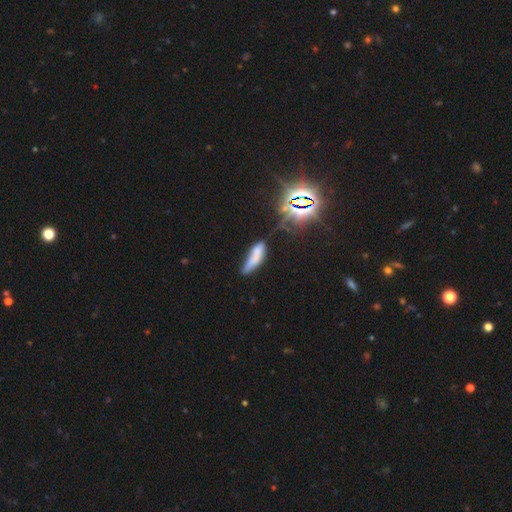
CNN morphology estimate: The model was most divided on "merging": none: 41%, minor disturbance: 33%, major disturbance: 15%, merger: 11%. More confident: smooth or featured — smooth (67%); how rounded — cigar-shaped (59%).